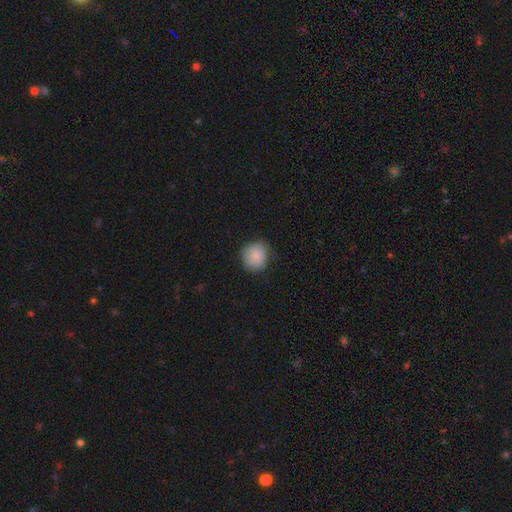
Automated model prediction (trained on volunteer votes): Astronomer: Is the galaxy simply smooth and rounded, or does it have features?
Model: smooth — 83%.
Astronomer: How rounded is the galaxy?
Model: round — 87%.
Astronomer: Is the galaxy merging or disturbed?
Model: none — 71%.